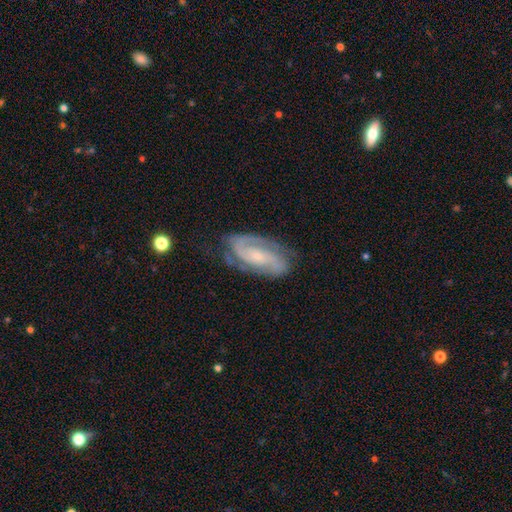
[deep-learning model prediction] Smooth or featured?
  - featured or disk: 82% *
  - smooth: 9%
  - star or artifact: 8%
Edge-on disk?
  - no: 94% *
  - yes: 6%
Bar?
  - weak: 41% *
  - no: 40%
  - strong: 19%
Spiral arms?
  - yes: 96% *
  - no: 4%
Spiral winding?
  - medium: 45% *
  - tight: 39%
  - loose: 16%
Spiral arm count?
  - 2: 82% *
  - can't tell: 7%
  - 3: 5%
  - 1: 2%
  - 4: 2%
  - more than 4: 2%
Bulge size?
  - small: 59% *
  - moderate: 33%
  - none: 5%
  - large: 2%
  - dominant: 1%
Merging?
  - none: 78% *
  - minor disturbance: 15%
  - major disturbance: 5%
  - merger: 1%